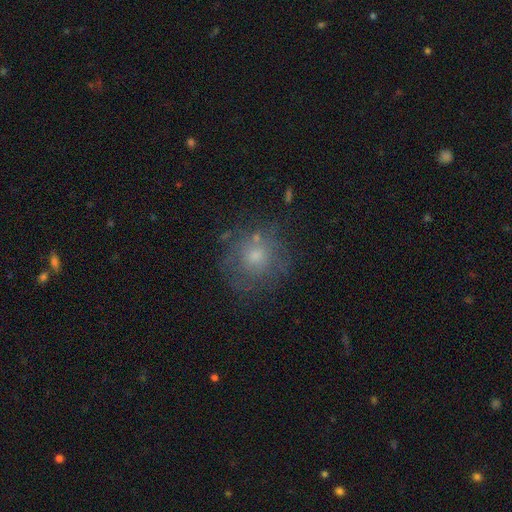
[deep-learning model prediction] Overall: smooth (60%; featured or disk 26%). How rounded: round (87%). Merging: none (68%).